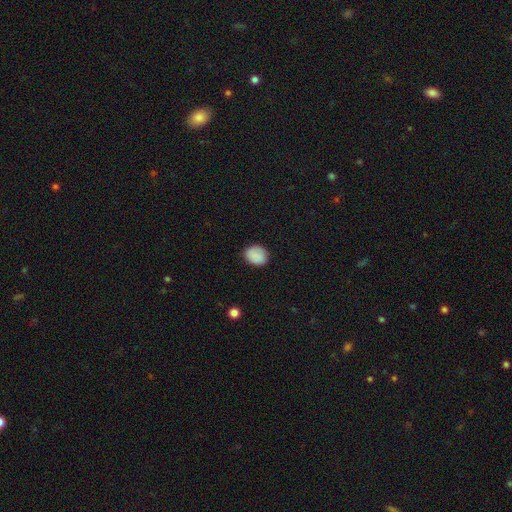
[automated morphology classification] smooth 87%, star or artifact 8%, featured or disk 5%. Down the decision tree: how rounded — round (54%); merging — none (85%).